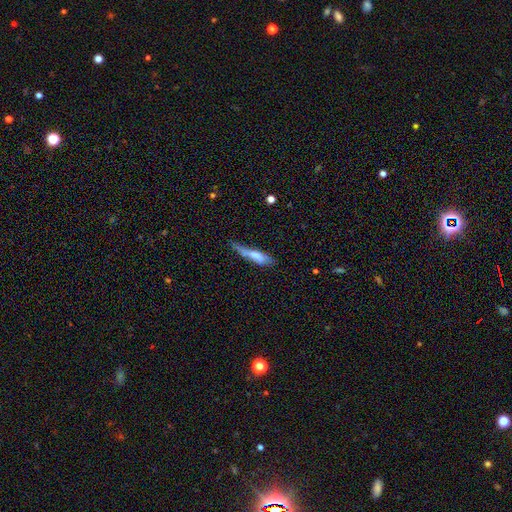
This appears to be a smooth galaxy with no disk features (68%) that is cigar-shaped (85%). Merging: none (46%, tied with minor disturbance).